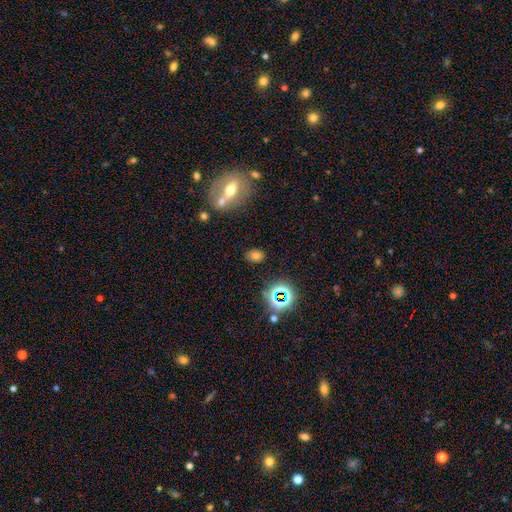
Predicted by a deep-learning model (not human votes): smooth_or_featured: smooth (p=0.66) [alt: star or artifact p=0.24]
how_rounded: in between (p=0.71) [alt: round p=0.27]
merging: none (p=0.81) [alt: minor disturbance p=0.10]